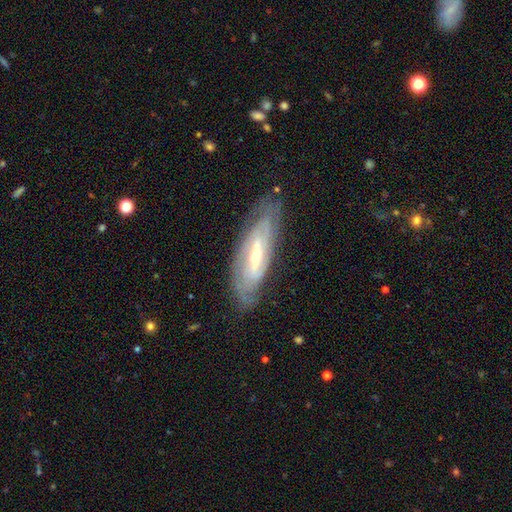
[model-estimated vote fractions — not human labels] Morphology: type=featured or disk (81%); edge-on=no (80%); bar=weak (38%); spiral arms=yes (87%); winding=tight (67%); arm count=can't tell (48%); bulge=small (60%); merging=none (78%).